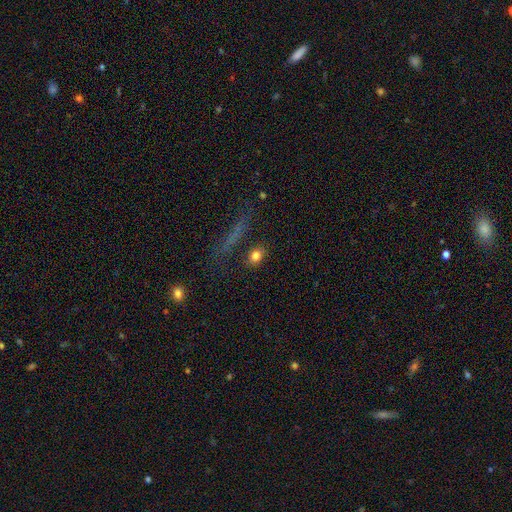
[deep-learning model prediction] Morphology: type=smooth (79%); roundness=in between (58%); merging=none (79%).